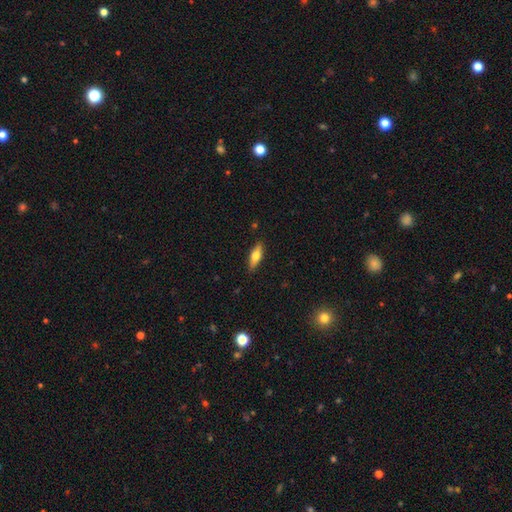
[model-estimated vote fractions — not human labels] The model was most divided on "how rounded": in between: 53%, cigar-shaped: 44%, round: 3%. More confident: merging — none (87%); smooth or featured — smooth (59%).